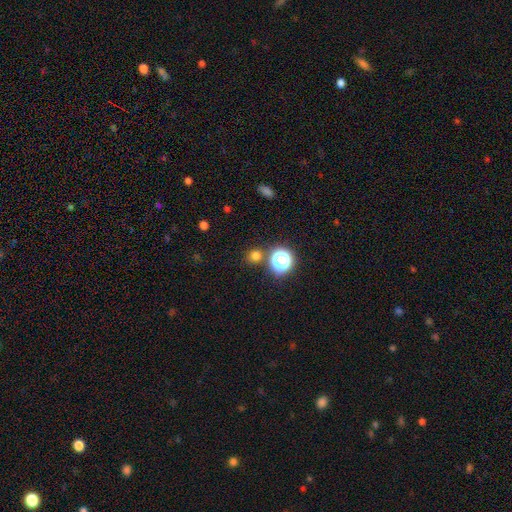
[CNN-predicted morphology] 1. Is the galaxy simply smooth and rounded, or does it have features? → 70% smooth, 24% star or artifact, 6% featured or disk.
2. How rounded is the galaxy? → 87% round, 12% in between, 1% cigar-shaped.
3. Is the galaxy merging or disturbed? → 79% none, 9% merger, 8% minor disturbance, 3% major disturbance.